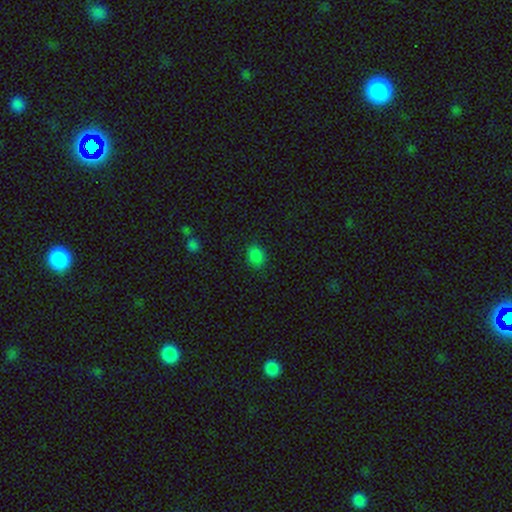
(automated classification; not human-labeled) Smooth or featured? smooth (82%)
How rounded? round (50%)
Merging? none (85%)